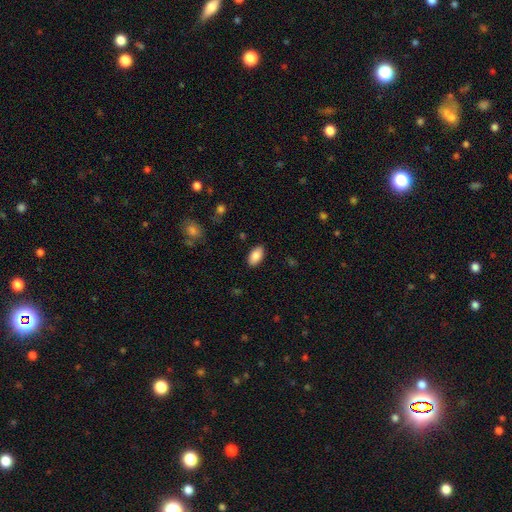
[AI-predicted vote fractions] A smooth galaxy with no disk features (88%) that is in between round and cigar-shaped (95%). Merging: none (88%).